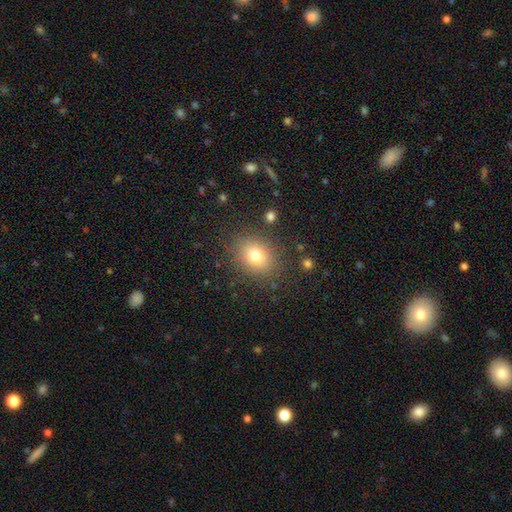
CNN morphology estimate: A smooth galaxy with no disk features (76%) that is round (50%). Merging: none (84%).